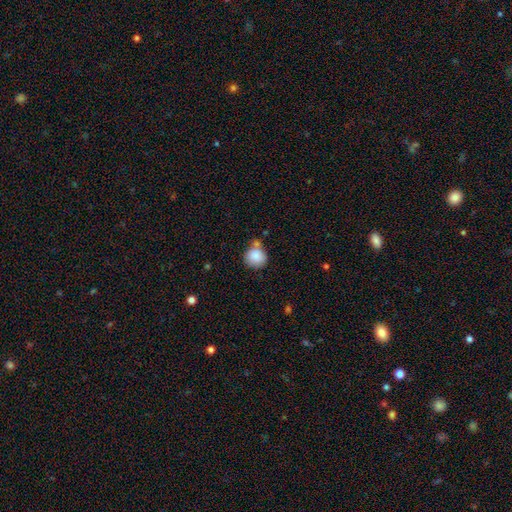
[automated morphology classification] Smooth or featured: smooth — 87% (star or artifact — 8%)
How rounded: round — 88% (in between — 11%)
Merging: none — 62% (merger — 17%)